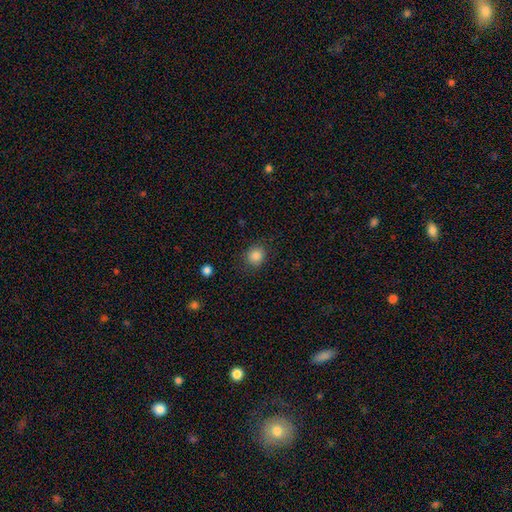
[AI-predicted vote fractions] Morphology: type=smooth (85%); roundness=round (81%); merging=none (85%).